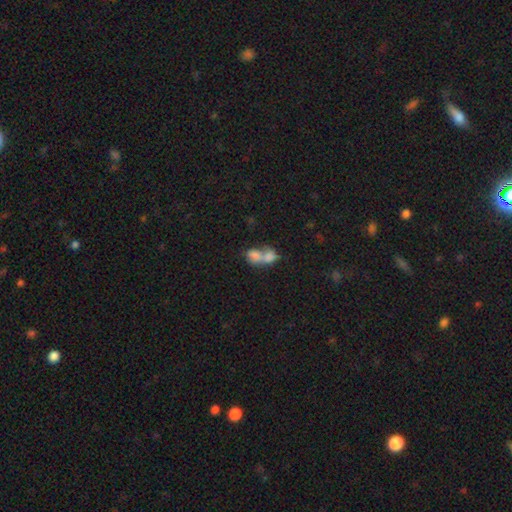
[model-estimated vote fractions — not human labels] smooth 71%, featured or disk 19%, star or artifact 10%. Down the decision tree: how rounded — in between (76%); merging — merger (77%).